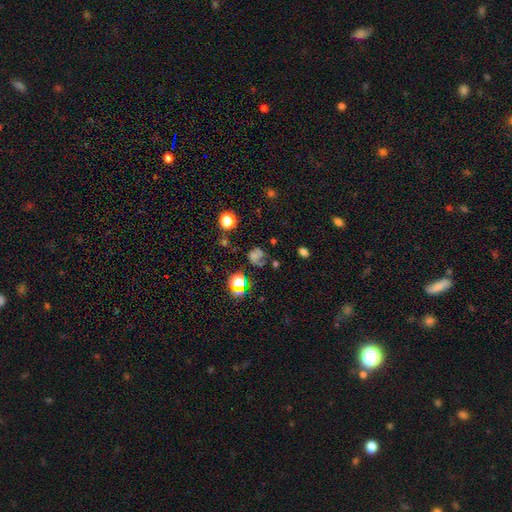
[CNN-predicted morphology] smooth-or-featured: smooth: 43% | featured or disk: 29% | star or artifact: 28%
  merging: none: 43% | major disturbance: 27% | minor disturbance: 22% | merger: 8%